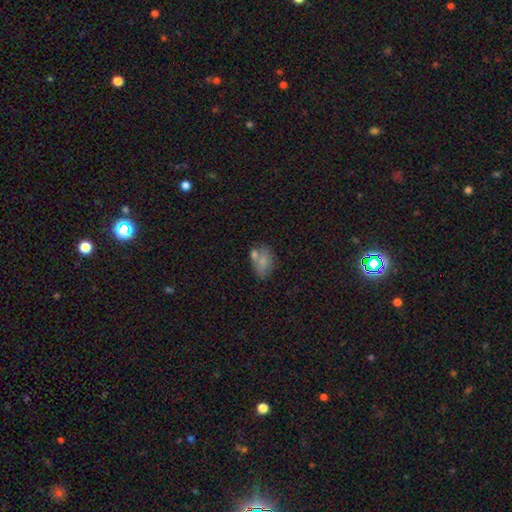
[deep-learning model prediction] Smooth or featured: smooth — 68% (featured or disk — 17%)
How rounded: in between — 74% (round — 24%)
Merging: none — 54% (merger — 21%)